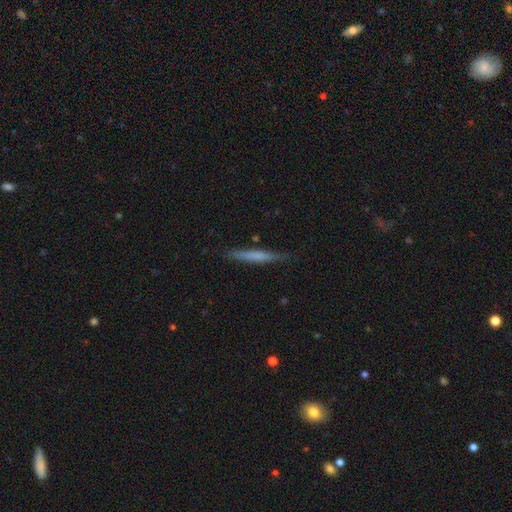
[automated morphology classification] A smooth galaxy with no disk features (57%) that is cigar-shaped (96%). Merging: none (85%).